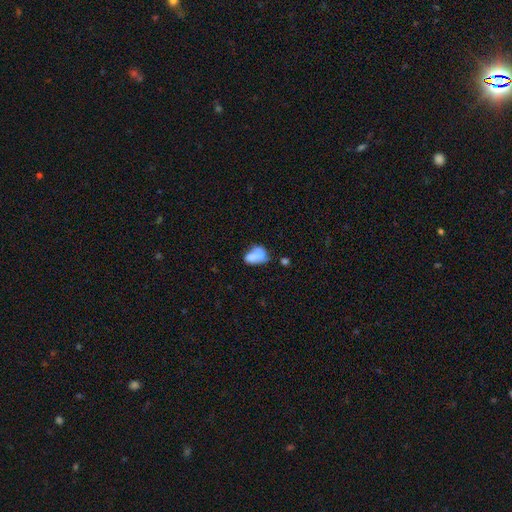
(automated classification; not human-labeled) A smooth galaxy with no disk features (60%) that is in between round and cigar-shaped (84%).

Vote fractions:
- Smooth or featured? smooth: 60% / featured or disk: 30% / star or artifact: 10%
- How rounded? in between: 84% / round: 14% / cigar-shaped: 2%
- Merging? merger: 36% / none: 27% / minor disturbance: 21% / major disturbance: 16%